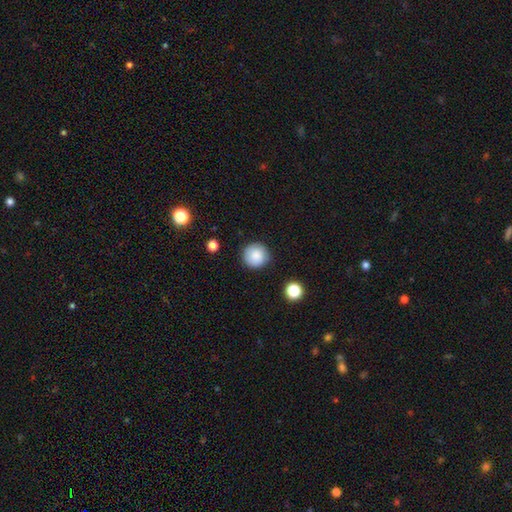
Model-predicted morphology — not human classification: Q: Smooth or featured?
A: smooth (85%); runner-up: star or artifact (9%)
Q: How rounded?
A: round (95%); runner-up: in between (4%)
Q: Merging?
A: none (87%); runner-up: minor disturbance (9%)